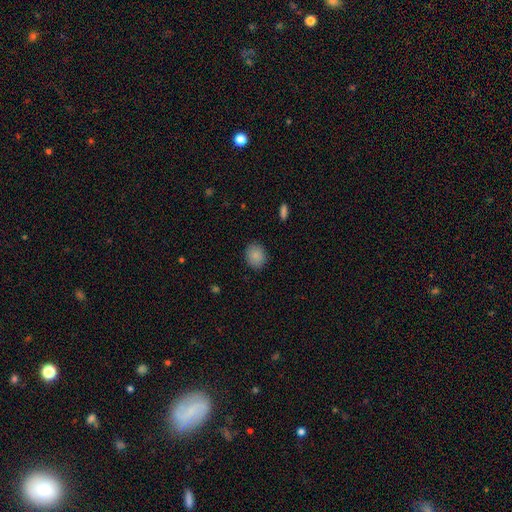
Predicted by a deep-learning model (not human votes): smooth-or-featured: smooth: 88% | star or artifact: 8% | featured or disk: 4%
  how-rounded: round: 60% | in between: 39% | cigar-shaped: 1%
  merging: none: 88% | minor disturbance: 9% | major disturbance: 2% | merger: 1%